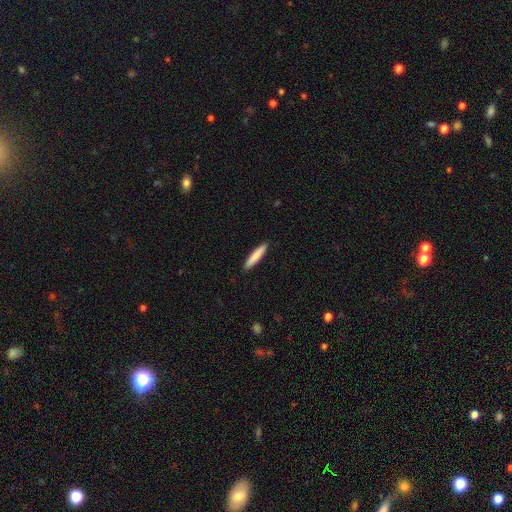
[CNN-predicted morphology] Smooth or featured? Predicted: smooth (p=0.82). How rounded? Predicted: cigar-shaped (p=0.91). Merging? Predicted: none (p=0.92).